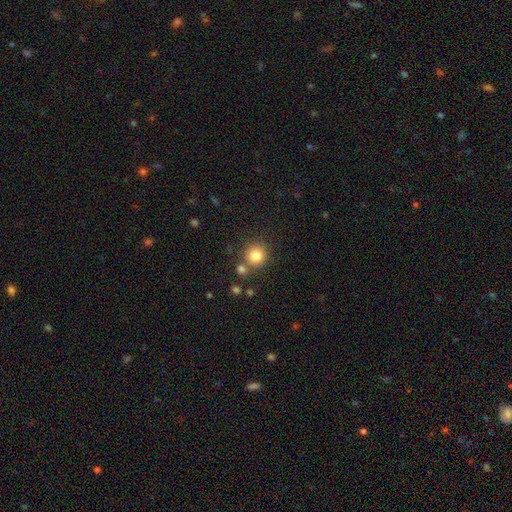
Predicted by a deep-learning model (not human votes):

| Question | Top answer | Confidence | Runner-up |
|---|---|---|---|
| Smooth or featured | smooth | 82% | star or artifact (12%) |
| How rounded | round | 91% | in between (8%) |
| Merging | none | 75% | merger (13%) |